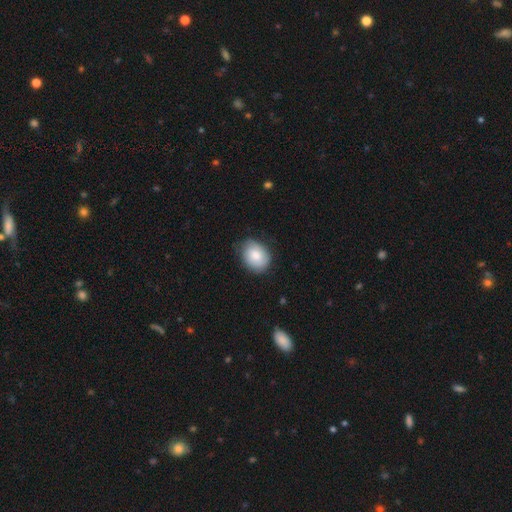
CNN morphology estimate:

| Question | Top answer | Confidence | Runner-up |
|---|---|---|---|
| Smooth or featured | smooth | 76% | featured or disk (18%) |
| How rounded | in between | 59% | round (40%) |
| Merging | none | 72% | minor disturbance (22%) |